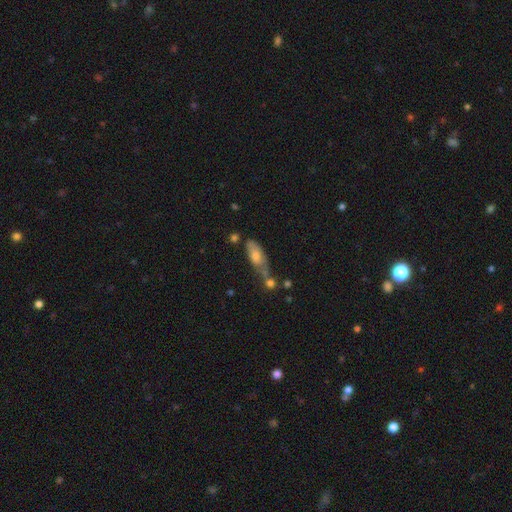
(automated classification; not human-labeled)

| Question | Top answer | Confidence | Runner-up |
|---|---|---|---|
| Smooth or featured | smooth | 57% | featured or disk (34%) |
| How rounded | in between | 66% | cigar-shaped (30%) |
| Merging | none | 32% | tied: merger (32%) |